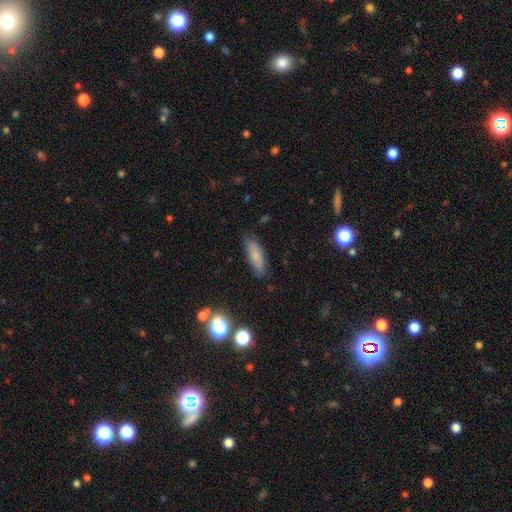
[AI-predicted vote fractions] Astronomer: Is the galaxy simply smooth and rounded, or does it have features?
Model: smooth — 79%.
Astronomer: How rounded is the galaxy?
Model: in between — 49% (runner-up: cigar-shaped, 48%).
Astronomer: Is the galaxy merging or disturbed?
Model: none — 84%.